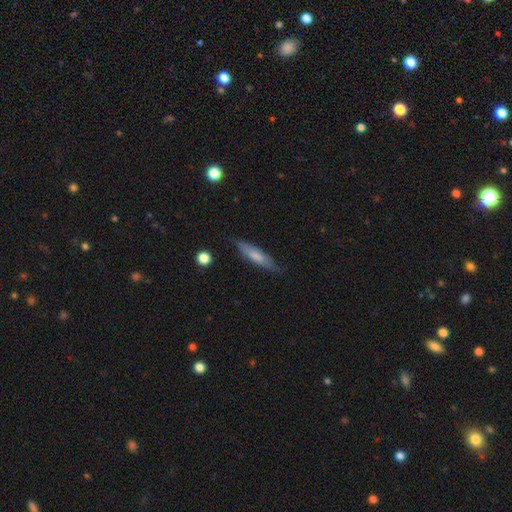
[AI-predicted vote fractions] Smooth or featured? Predicted: smooth (p=0.66). How rounded? Predicted: cigar-shaped (p=0.75). Merging? Predicted: none (p=0.78).